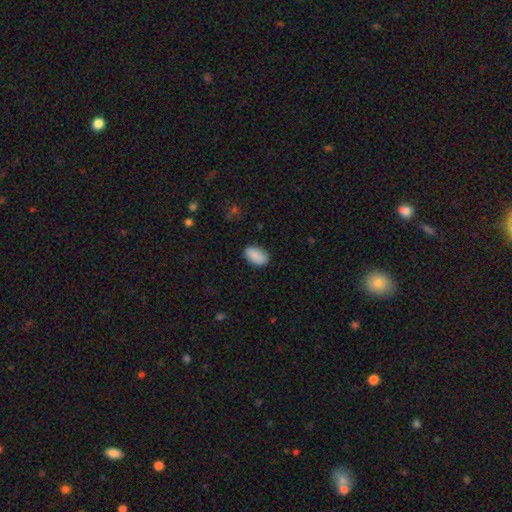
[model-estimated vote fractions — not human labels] A smooth galaxy with no disk features (90%) that is in between round and cigar-shaped (93%).

Vote fractions:
- Smooth or featured? smooth: 90% / star or artifact: 7% / featured or disk: 3%
- How rounded? in between: 93% / round: 5% / cigar-shaped: 2%
- Merging? none: 87% / minor disturbance: 10% / major disturbance: 2% / merger: 1%